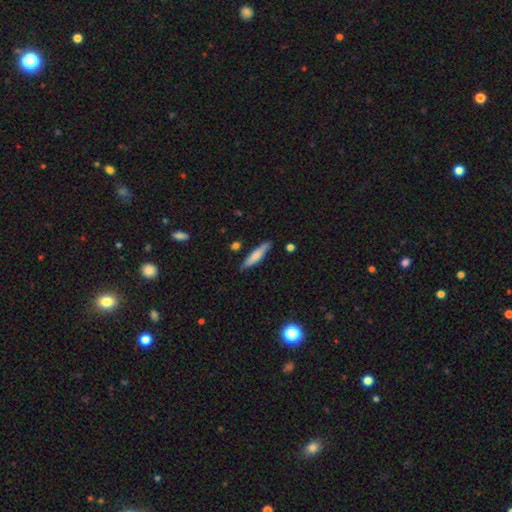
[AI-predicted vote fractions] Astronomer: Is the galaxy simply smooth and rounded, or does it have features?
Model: smooth — 66%.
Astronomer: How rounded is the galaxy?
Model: cigar-shaped — 87%.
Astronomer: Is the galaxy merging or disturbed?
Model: none — 84%.